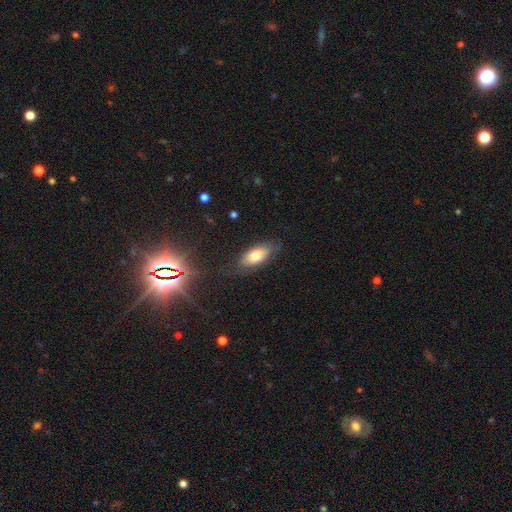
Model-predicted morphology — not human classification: A smooth galaxy with no disk features (73%) that is in between round and cigar-shaped (85%).

Vote fractions:
- Smooth or featured? smooth: 73% / featured or disk: 19% / star or artifact: 8%
- How rounded? in between: 85% / cigar-shaped: 12% / round: 3%
- Merging? none: 78% / minor disturbance: 16% / major disturbance: 4% / merger: 2%